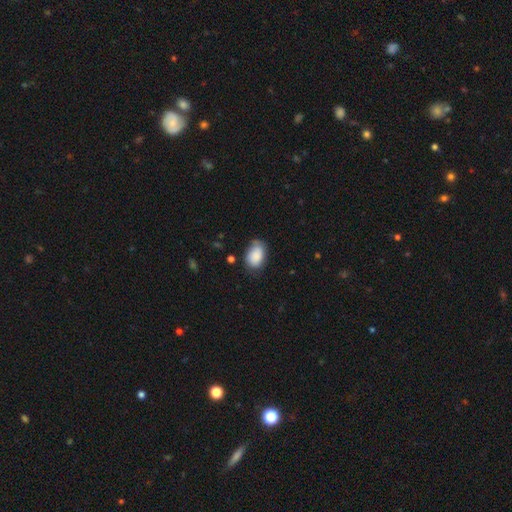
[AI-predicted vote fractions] Overall: smooth (86%). How rounded: in between (86%). Merging: none (65%; minor disturbance 26%).